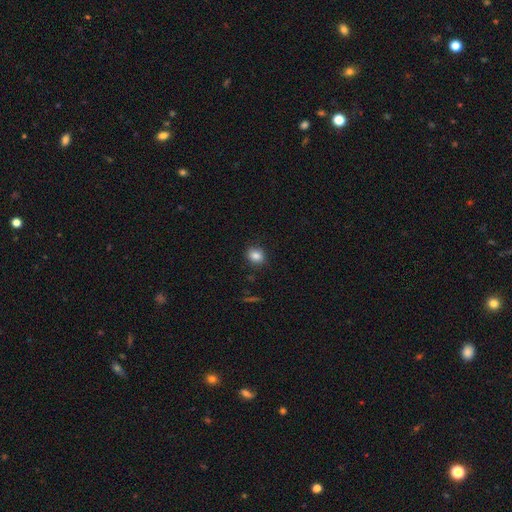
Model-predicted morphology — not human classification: Smooth or featured? smooth (85%)
How rounded? round (61%)
Merging? none (88%)